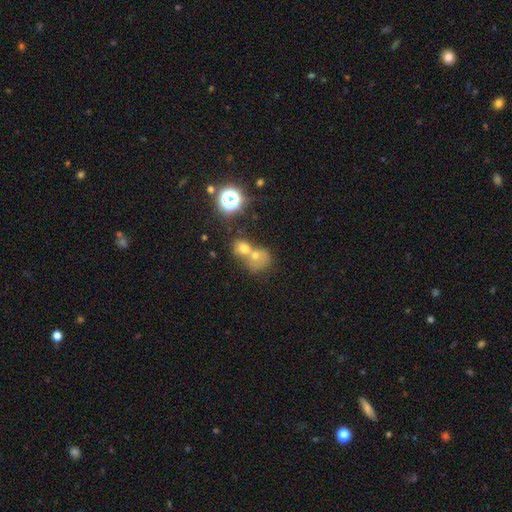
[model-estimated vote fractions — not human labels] Q: Smooth or featured?
A: smooth (62%); runner-up: star or artifact (19%)
Q: How rounded?
A: round (64%); runner-up: in between (35%)
Q: Merging?
A: merger (68%); runner-up: none (22%)